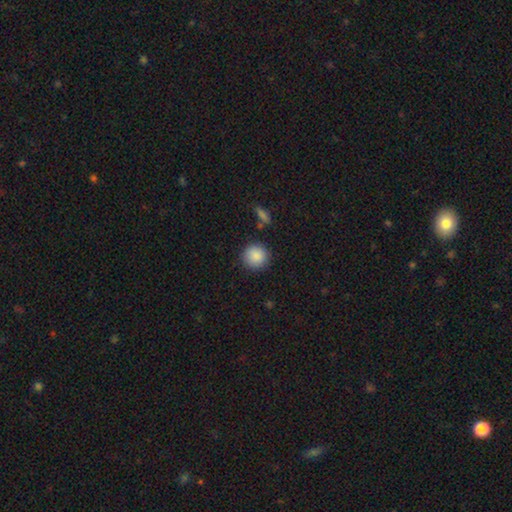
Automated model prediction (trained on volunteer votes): smooth 89%, star or artifact 8%, featured or disk 4%. Down the decision tree: how rounded — round (93%); merging — none (89%).